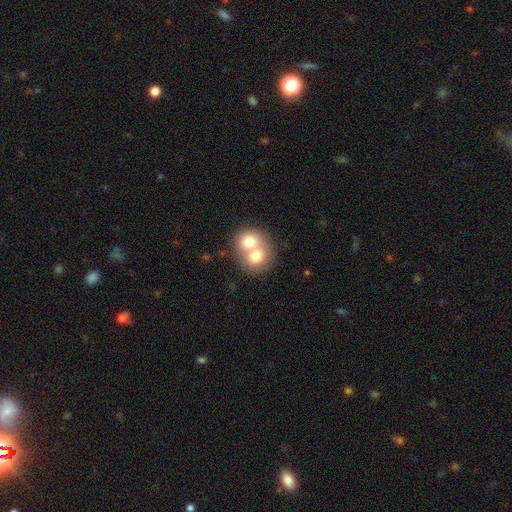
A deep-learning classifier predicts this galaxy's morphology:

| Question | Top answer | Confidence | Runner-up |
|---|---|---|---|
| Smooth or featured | smooth | 70% | featured or disk (22%) |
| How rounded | round | 70% | in between (30%) |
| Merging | merger | 72% | none (21%) |